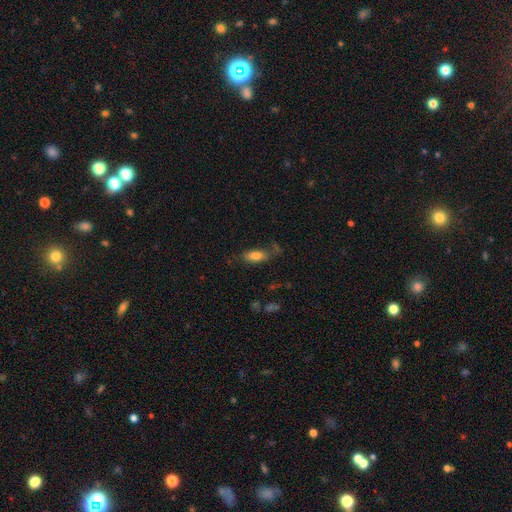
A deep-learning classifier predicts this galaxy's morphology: A smooth galaxy with no disk features (77%) that is in between round and cigar-shaped (79%).

Vote fractions:
- Smooth or featured? smooth: 77% / featured or disk: 15% / star or artifact: 9%
- How rounded? in between: 79% / cigar-shaped: 18% / round: 3%
- Merging? none: 61% / minor disturbance: 23% / major disturbance: 10% / merger: 6%